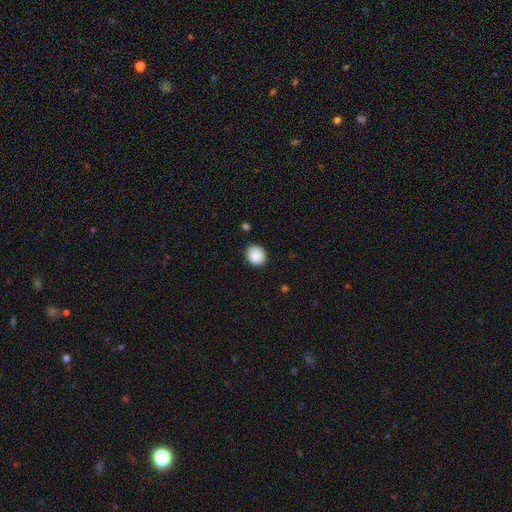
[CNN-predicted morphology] Smooth or featured? Predicted: smooth (p=0.88). How rounded? Predicted: round (p=0.71). Merging? Predicted: none (p=0.86).